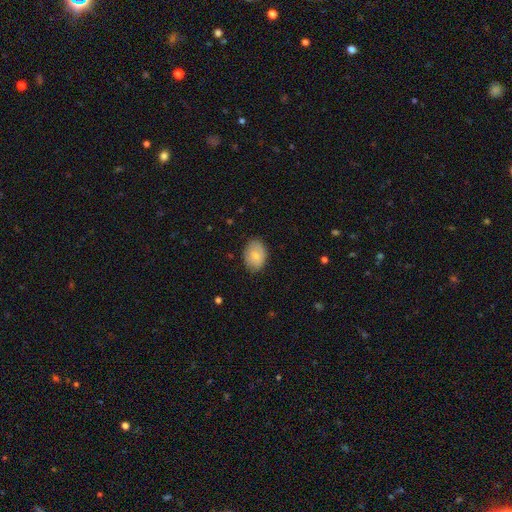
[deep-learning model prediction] smooth-or-featured: smooth: 78% | featured or disk: 16% | star or artifact: 7%
  how-rounded: in between: 79% | round: 19% | cigar-shaped: 1%
  merging: none: 79% | minor disturbance: 17% | major disturbance: 3% | merger: 1%